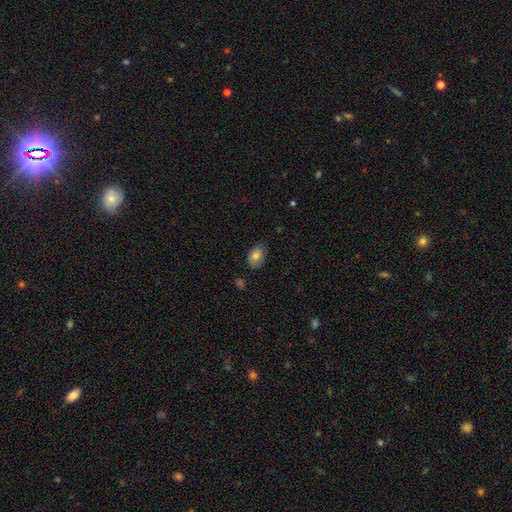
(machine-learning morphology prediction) This is likely a smooth galaxy (78%). How rounded: clearly in between (85%). Merging: likely none (71%).